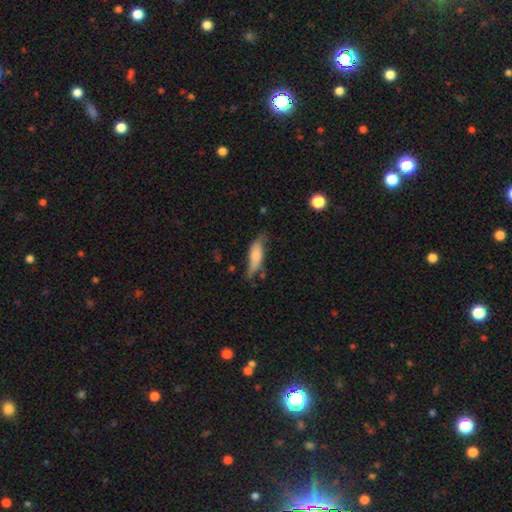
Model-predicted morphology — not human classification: A smooth galaxy with no disk features (68%) that is cigar-shaped (54%).

Vote fractions:
- Smooth or featured? smooth: 68% / featured or disk: 25% / star or artifact: 7%
- How rounded? cigar-shaped: 54% / in between: 44% / round: 2%
- Merging? none: 49% / minor disturbance: 33% / major disturbance: 13% / merger: 6%